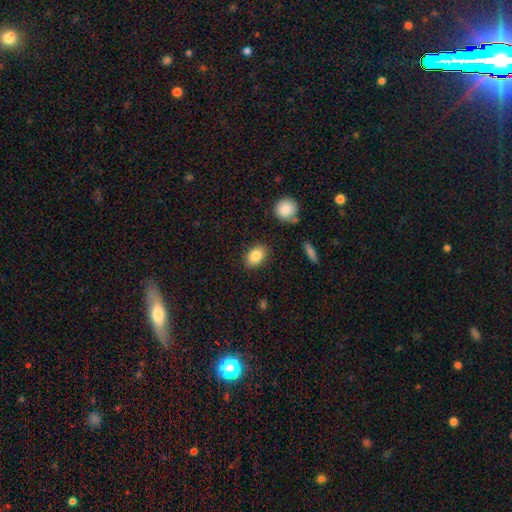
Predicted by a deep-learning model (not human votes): Smooth or featured? smooth (84%)
How rounded? in between (82%)
Merging? none (87%)